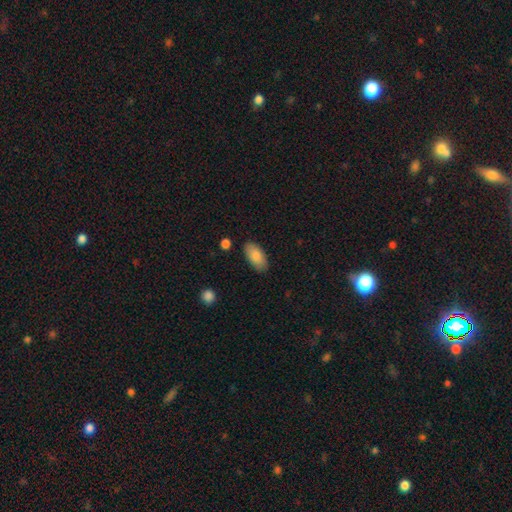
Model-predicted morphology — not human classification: type=smooth (85%); roundness=in between (93%); merging=none (85%).